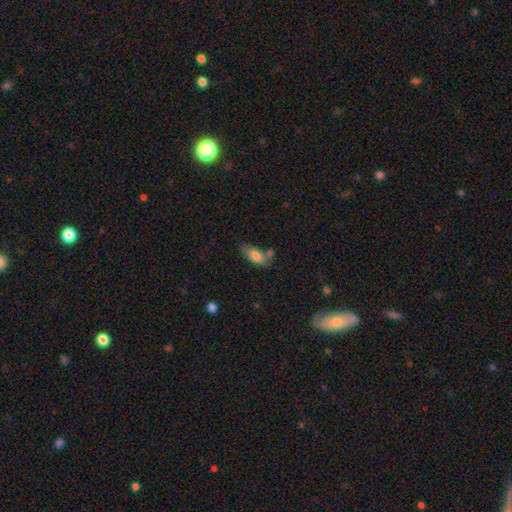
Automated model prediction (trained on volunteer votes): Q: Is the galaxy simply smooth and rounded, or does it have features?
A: smooth — 79%.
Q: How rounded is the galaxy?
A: in between — 85%.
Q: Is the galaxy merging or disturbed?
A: none — 57%.